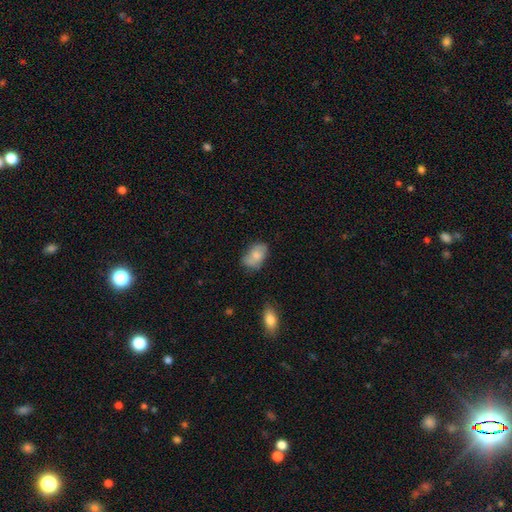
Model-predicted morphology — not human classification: Smooth or featured? smooth (70%)
How rounded? in between (88%)
Merging? none (54%)